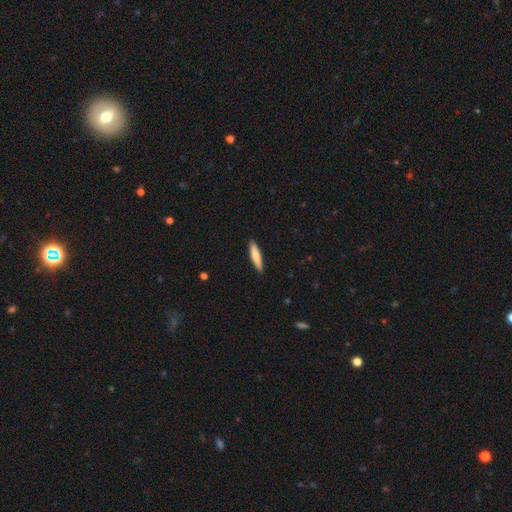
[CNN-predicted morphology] Smooth or featured?
  - smooth: 78% *
  - featured or disk: 17%
  - star or artifact: 5%
How rounded?
  - cigar-shaped: 82% *
  - in between: 17%
  - round: 1%
Merging?
  - none: 90% *
  - minor disturbance: 7%
  - major disturbance: 1%
  - merger: 1%